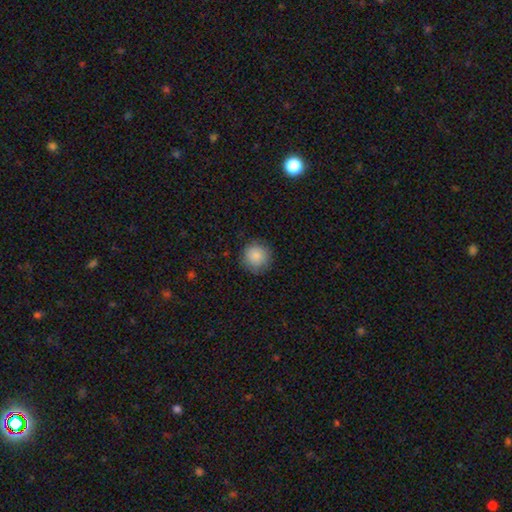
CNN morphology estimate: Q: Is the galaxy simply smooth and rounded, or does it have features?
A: smooth — 86%.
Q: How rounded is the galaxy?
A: round — 94%.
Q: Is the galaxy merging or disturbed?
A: none — 86%.